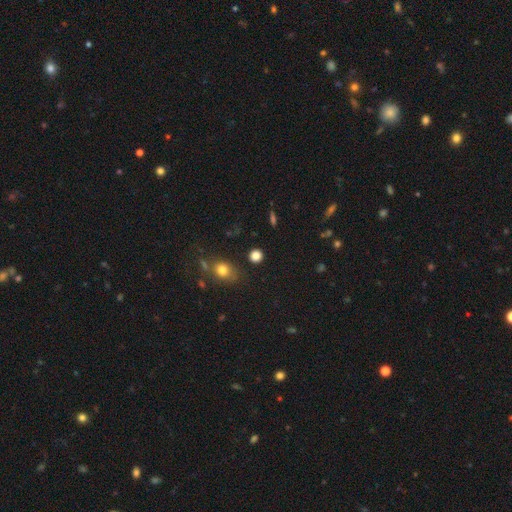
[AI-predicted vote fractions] Smooth or featured?
  - smooth: 83% *
  - star or artifact: 13%
  - featured or disk: 4%
How rounded?
  - round: 87% *
  - in between: 12%
  - cigar-shaped: 1%
Merging?
  - none: 86% *
  - minor disturbance: 8%
  - merger: 3%
  - major disturbance: 3%